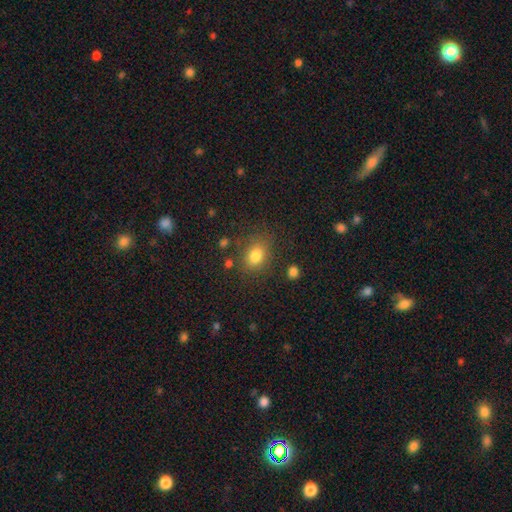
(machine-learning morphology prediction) This is clearly a smooth galaxy (81%). How rounded: likely in between (62%). Merging: likely none (77%).